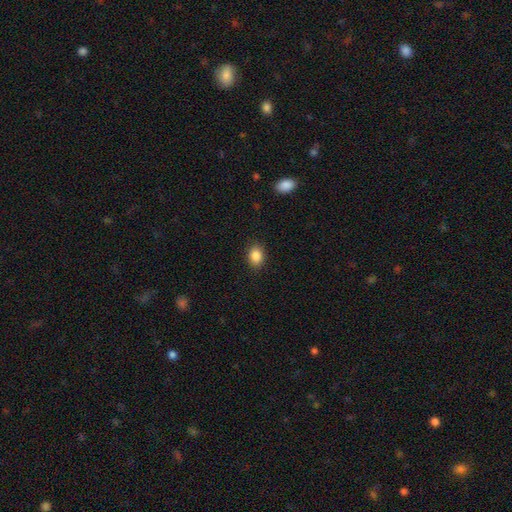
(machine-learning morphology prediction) smooth 87%, star or artifact 9%, featured or disk 4%. Down the decision tree: how rounded — in between (65%); merging — none (87%).